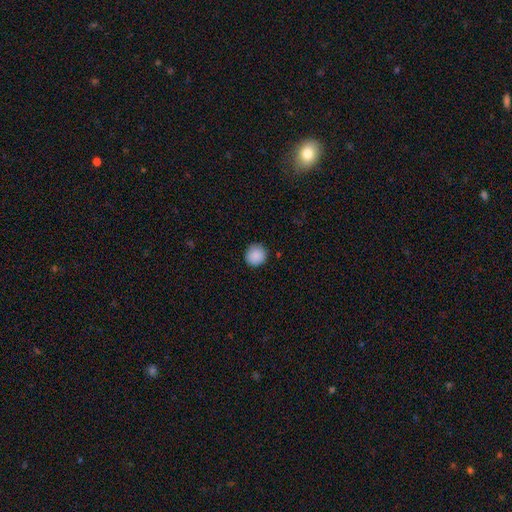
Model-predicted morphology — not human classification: A smooth galaxy with no disk features (89%) that is round (92%).

Vote fractions:
- Smooth or featured? smooth: 89% / star or artifact: 8% / featured or disk: 3%
- How rounded? round: 92% / in between: 7% / cigar-shaped: 1%
- Merging? none: 88% / minor disturbance: 9% / major disturbance: 2% / merger: 1%